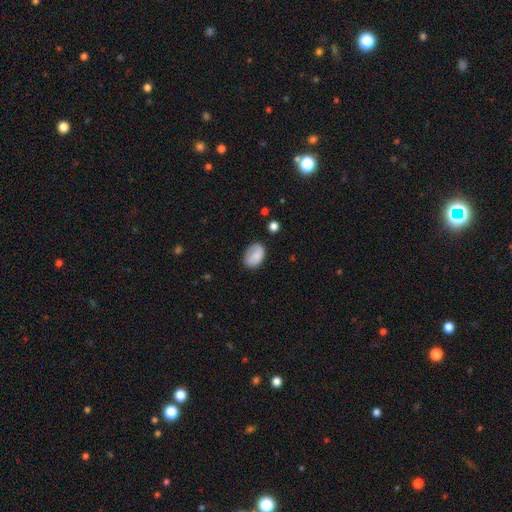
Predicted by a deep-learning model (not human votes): smooth-or-featured: smooth: 81% | featured or disk: 12% | star or artifact: 8%
  how-rounded: in between: 84% | round: 15% | cigar-shaped: 1%
  merging: none: 67% | minor disturbance: 24% | major disturbance: 7% | merger: 2%